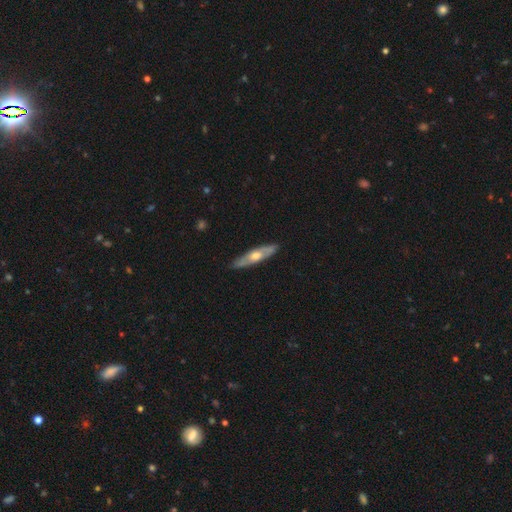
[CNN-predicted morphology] Smooth or featured? featured or disk (56%)
Edge-on disk? yes (71%)
Merging? none (88%)